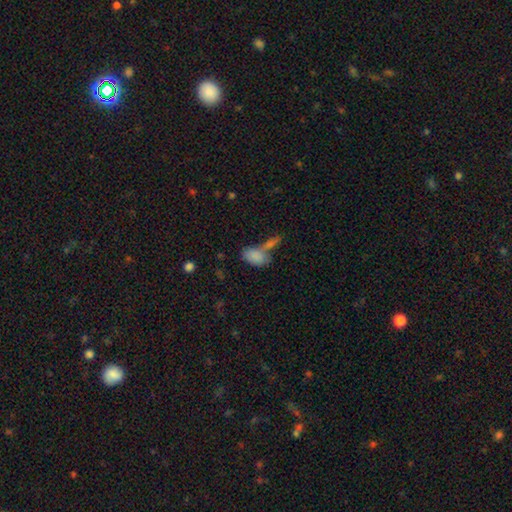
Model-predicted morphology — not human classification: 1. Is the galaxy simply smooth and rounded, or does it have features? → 84% smooth, 8% star or artifact, 8% featured or disk.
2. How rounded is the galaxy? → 91% in between, 6% round, 3% cigar-shaped.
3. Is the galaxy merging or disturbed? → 41% merger, 39% none, 13% minor disturbance, 7% major disturbance.